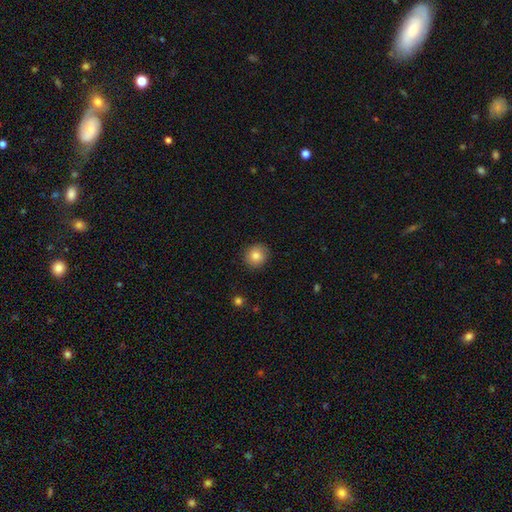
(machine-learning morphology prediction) smooth_or_featured: smooth (p=0.80) [alt: featured or disk p=0.11]
how_rounded: round (p=0.89) [alt: in between p=0.10]
merging: none (p=0.87) [alt: minor disturbance p=0.10]